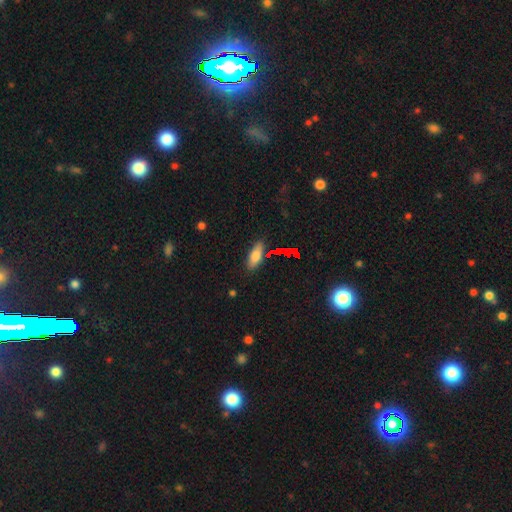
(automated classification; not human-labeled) Q: Smooth or featured?
A: smooth (75%); runner-up: featured or disk (16%)
Q: How rounded?
A: in between (73%); runner-up: cigar-shaped (23%)
Q: Merging?
A: none (79%); runner-up: minor disturbance (14%)